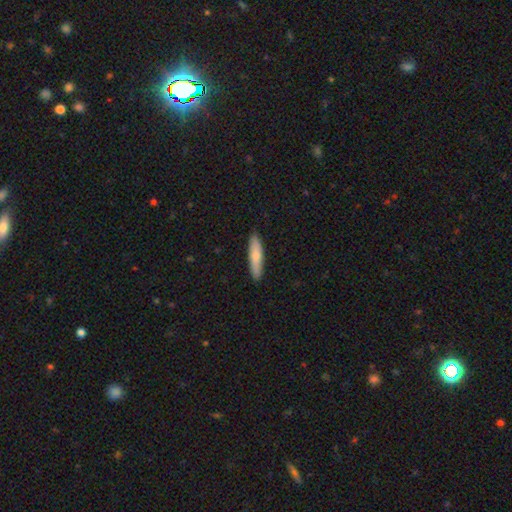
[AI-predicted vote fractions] A smooth galaxy with no disk features (75%) that is cigar-shaped (81%).

Vote fractions:
- Smooth or featured? smooth: 75% / featured or disk: 20% / star or artifact: 5%
- How rounded? cigar-shaped: 81% / in between: 18% / round: 2%
- Merging? none: 89% / minor disturbance: 9% / major disturbance: 2% / merger: 1%